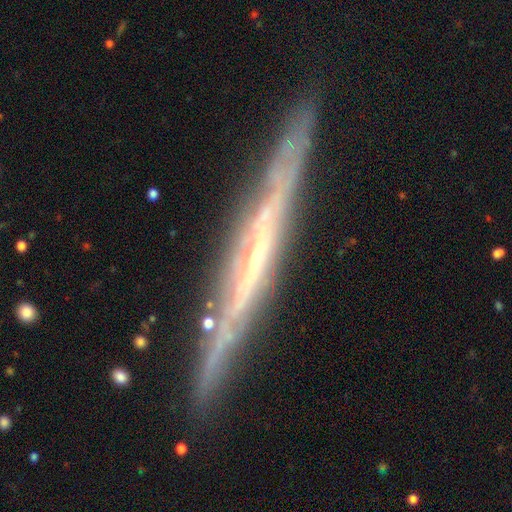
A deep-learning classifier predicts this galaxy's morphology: smooth-or-featured: featured or disk: 80% | smooth: 12% | star or artifact: 7%
  disk-edge-on: yes: 94% | no: 6%
    edge-on-bulge: none: 73% | rounded: 20% | boxy: 7%
  merging: none: 87% | minor disturbance: 10% | major disturbance: 2% | merger: 1%